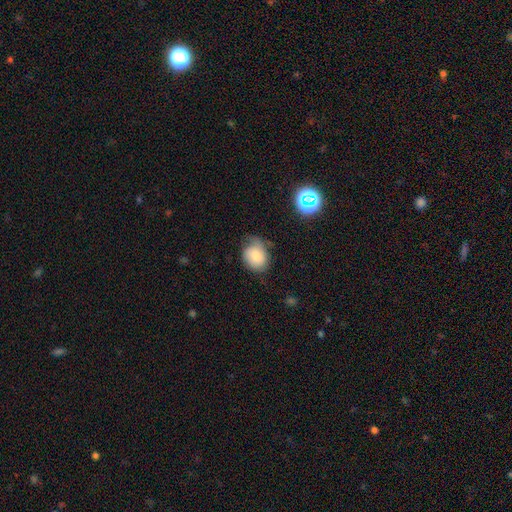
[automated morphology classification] This is likely a smooth galaxy (74%). How rounded: possibly in between (52%). Merging: marginally none (44%).